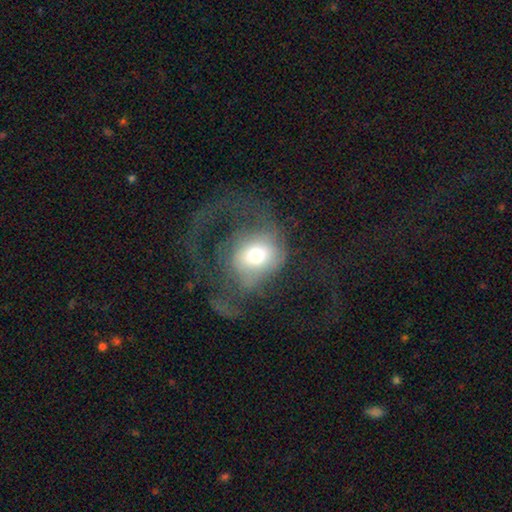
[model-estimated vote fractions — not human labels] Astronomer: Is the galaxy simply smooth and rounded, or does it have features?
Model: smooth — 47% (runner-up: featured or disk, 42%).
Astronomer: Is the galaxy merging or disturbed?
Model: major disturbance — 54% (runner-up: none, 30%).